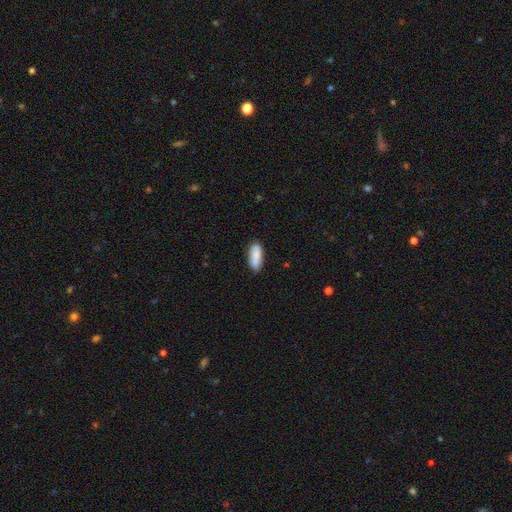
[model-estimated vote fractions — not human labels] smooth-or-featured: smooth: 81% | featured or disk: 12% | star or artifact: 6%
  how-rounded: in between: 78% | cigar-shaped: 20% | round: 2%
  merging: none: 74% | minor disturbance: 18% | merger: 6% | major disturbance: 3%